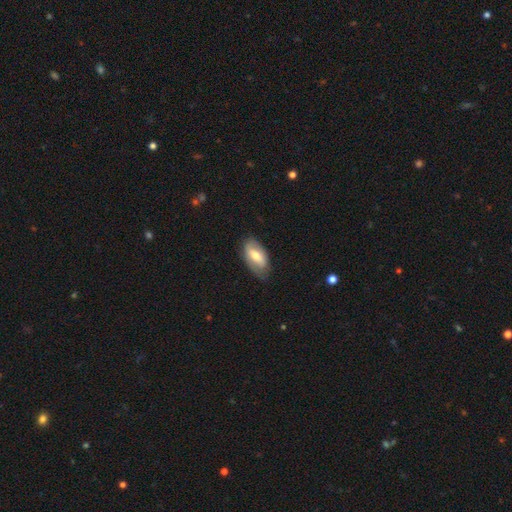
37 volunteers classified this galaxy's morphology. Smooth or featured? 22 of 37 (59%) said featured or disk. Edge-on disk? 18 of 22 (82%) said no. Bar? 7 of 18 (39%, tied with weak) said strong. Spiral arms? 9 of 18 (50%, tied with no) said yes. Spiral winding? 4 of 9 (44%) said loose. Spiral arm count? 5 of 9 (56%) said can't tell. Bulge size? 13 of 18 (72%) said moderate. Merging? 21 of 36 (58%) said none.